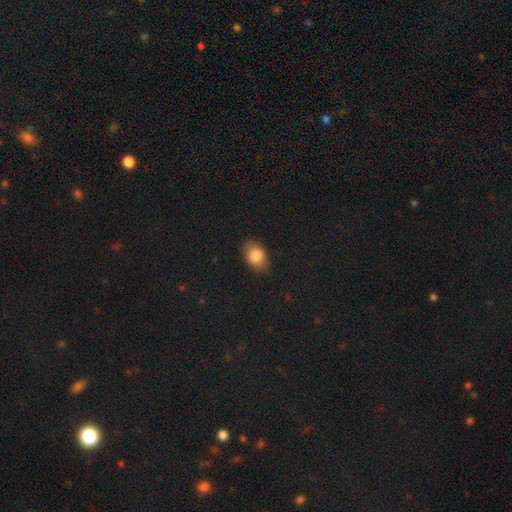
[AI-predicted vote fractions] This appears to be a smooth galaxy with no disk features (81%) that is in between round and cigar-shaped (79%). Merging: none (81%).